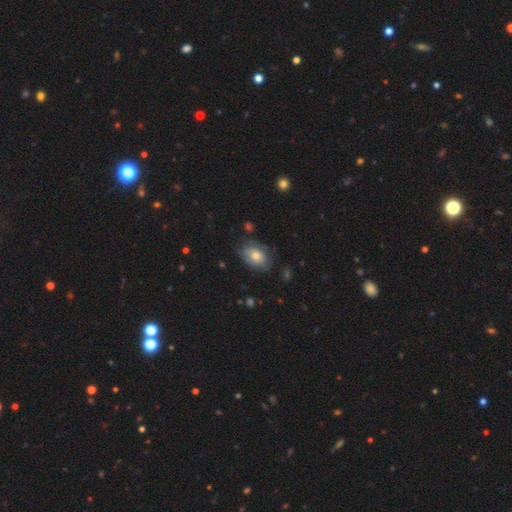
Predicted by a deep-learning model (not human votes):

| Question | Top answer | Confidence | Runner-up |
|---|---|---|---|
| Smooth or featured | smooth | 62% | featured or disk (30%) |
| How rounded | in between | 79% | round (20%) |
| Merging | none | 67% | minor disturbance (24%) |